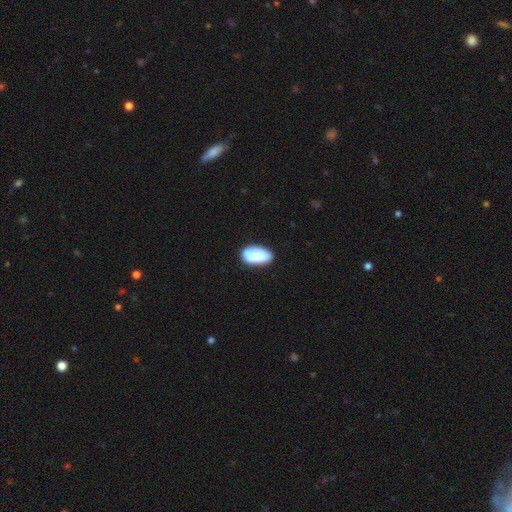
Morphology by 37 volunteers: Smooth or featured? smooth (81%)
How rounded? in between (97%)
Merging? none (49%)